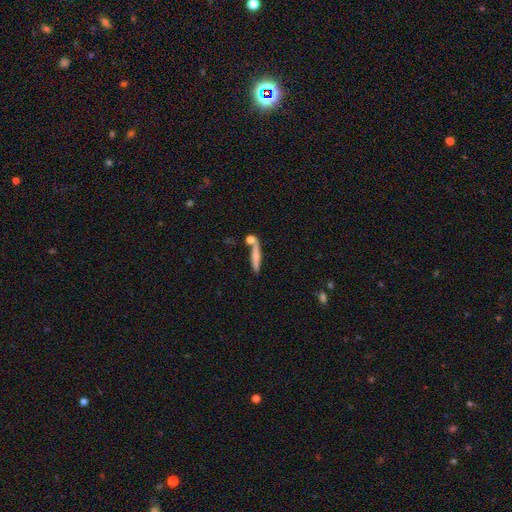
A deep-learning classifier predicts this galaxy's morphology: This is likely a smooth galaxy (63%). How rounded: clearly cigar-shaped (86%). Merging: likely none (65%).